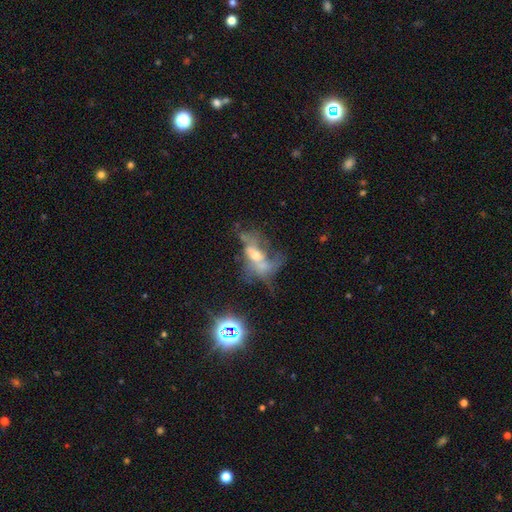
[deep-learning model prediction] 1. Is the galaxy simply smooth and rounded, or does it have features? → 62% featured or disk, 21% star or artifact, 18% smooth.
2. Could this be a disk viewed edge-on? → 90% no, 10% yes.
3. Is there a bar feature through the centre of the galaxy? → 62% no, 26% weak, 11% strong.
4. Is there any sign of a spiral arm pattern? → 51% no, 49% yes.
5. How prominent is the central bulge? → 50% moderate, 34% small, 8% none, 6% large, 2% dominant.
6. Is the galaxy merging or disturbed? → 37% major disturbance, 32% none, 16% minor disturbance, 15% merger.